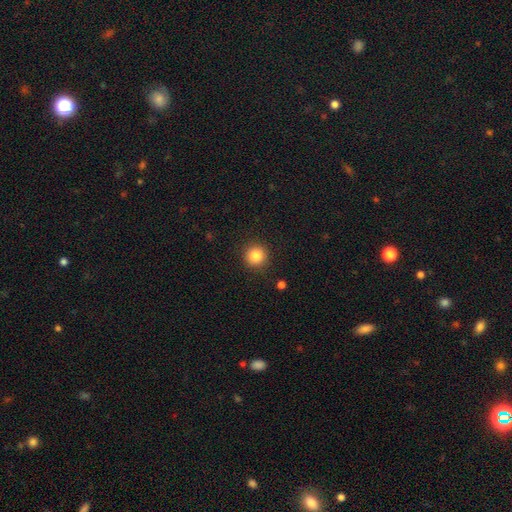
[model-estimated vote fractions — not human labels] Smooth or featured?
  - smooth: 84% *
  - star or artifact: 11%
  - featured or disk: 5%
How rounded?
  - round: 94% *
  - in between: 5%
  - cigar-shaped: 1%
Merging?
  - none: 91% *
  - minor disturbance: 6%
  - major disturbance: 2%
  - merger: 1%